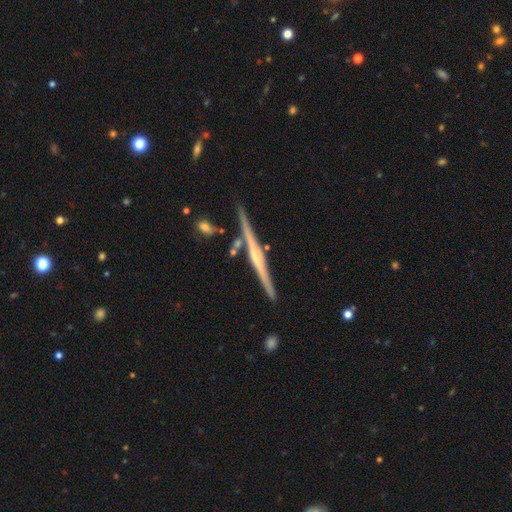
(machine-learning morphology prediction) featured or disk 79%, smooth 15%, star or artifact 6%. Down the decision tree: edge-on disk — yes (98%); edge-on bulge — rounded (65%); merging — none (84%).